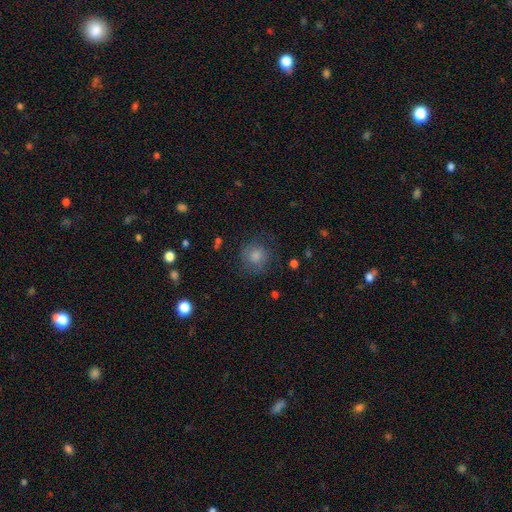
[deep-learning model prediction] Smooth or featured? Predicted: smooth (p=0.66). How rounded? Predicted: round (p=0.89). Merging? Predicted: none (p=0.78).